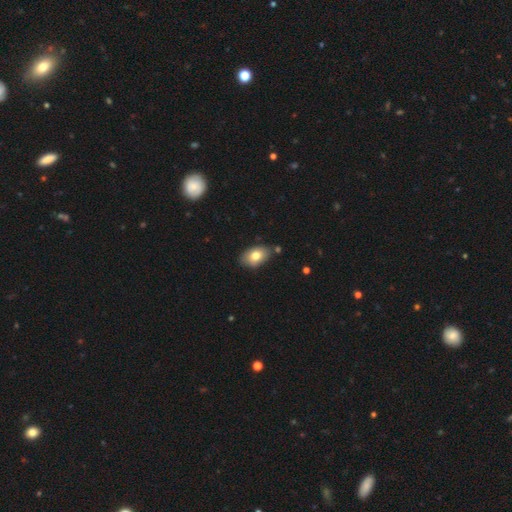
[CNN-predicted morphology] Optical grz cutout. It shows a smooth galaxy with no disk features (78%) that is in between round and cigar-shaped (88%). Merging: none (79%).